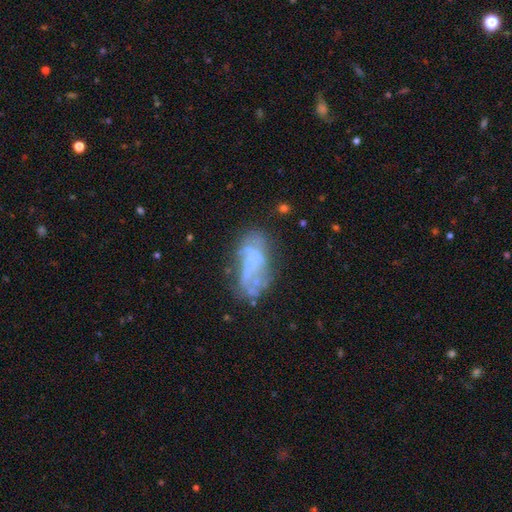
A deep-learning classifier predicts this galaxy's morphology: Overall: featured or disk (62%; smooth 25%). Edge-on disk: no (97%). Bar: no (82%). Spiral arms: no (85%). Bulge size: none (46%; small 32%). Merging: none (29%; merger 28%).